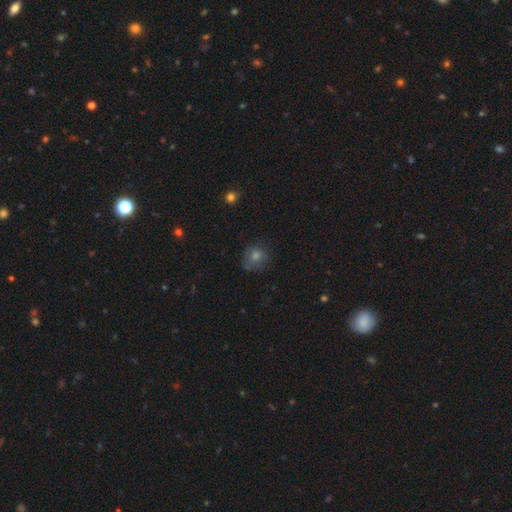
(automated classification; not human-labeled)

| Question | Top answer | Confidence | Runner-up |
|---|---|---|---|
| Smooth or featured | smooth | 65% | star or artifact (20%) |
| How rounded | round | 83% | in between (16%) |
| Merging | none | 71% | minor disturbance (19%) |